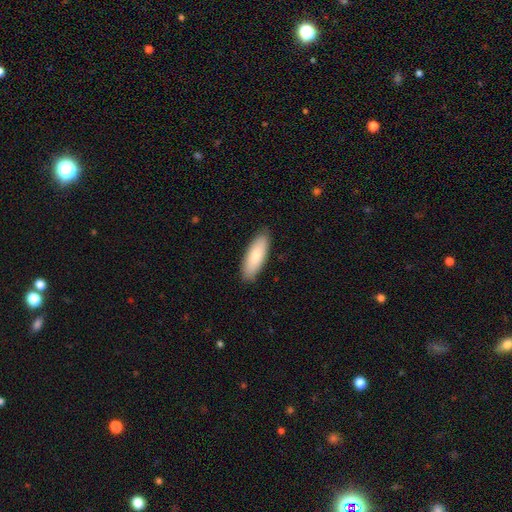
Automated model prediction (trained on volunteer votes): This is clearly a smooth galaxy (84%). How rounded: likely in between (67%). Merging: clearly none (88%).